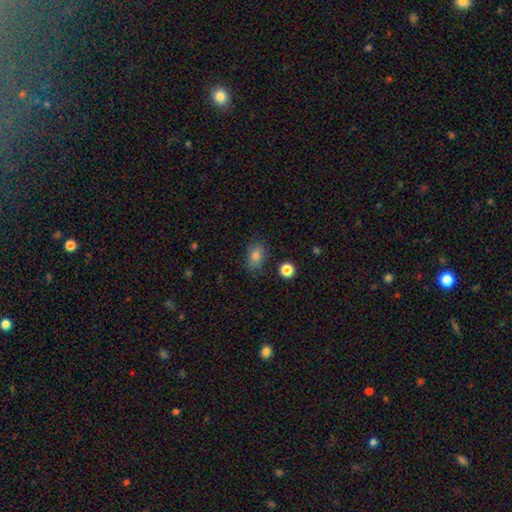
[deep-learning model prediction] This is clearly a smooth galaxy (81%). How rounded: likely in between (80%). Merging: clearly none (82%).